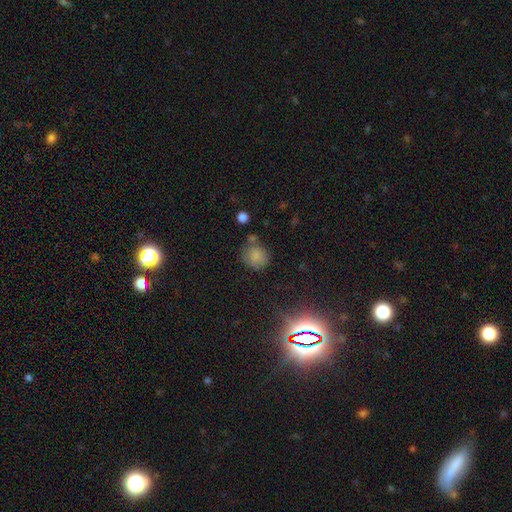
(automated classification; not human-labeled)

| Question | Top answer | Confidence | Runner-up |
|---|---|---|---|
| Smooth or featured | smooth | 74% | star or artifact (15%) |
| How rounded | round | 79% | in between (20%) |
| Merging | none | 59% | minor disturbance (22%) |